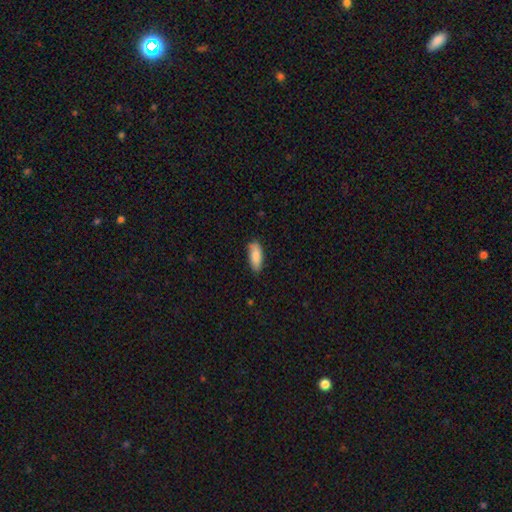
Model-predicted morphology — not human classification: type=smooth (85%); roundness=in between (74%); merging=none (78%).